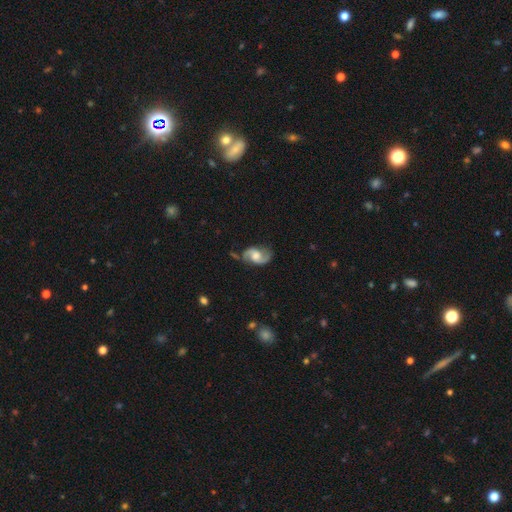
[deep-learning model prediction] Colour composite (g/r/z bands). It shows a featured or disk galaxy (85%) with no bar (50%), 2 (92%) medium (47%) spiral arms (96%) and a moderate central bulge (52%). Merging: none (73%).